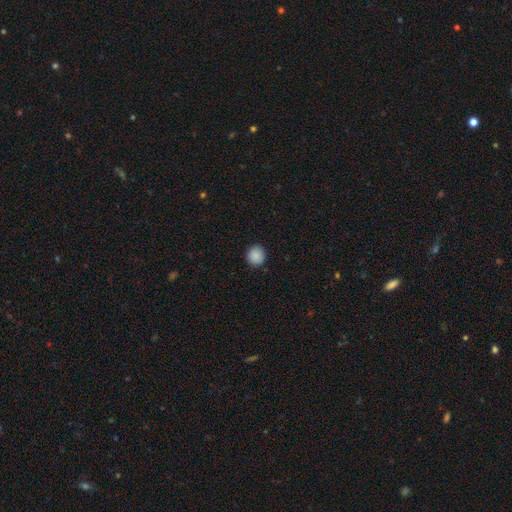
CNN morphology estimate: smooth 89%, star or artifact 9%, featured or disk 3%. Down the decision tree: how rounded — round (90%); merging — none (91%).